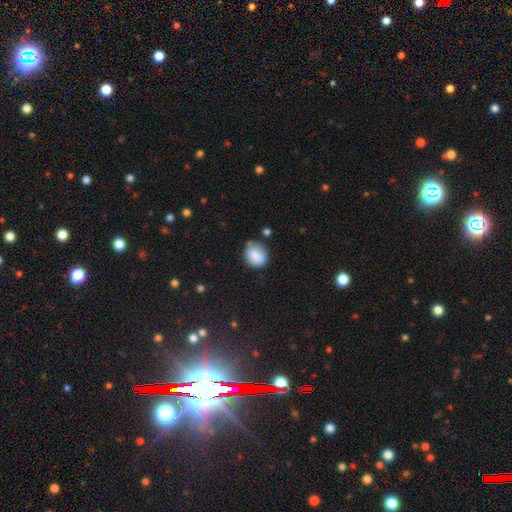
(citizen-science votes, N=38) smooth 89%, featured or disk 5%, star or artifact 5%. Down the decision tree: how rounded — round (71%); merging — none (72%).